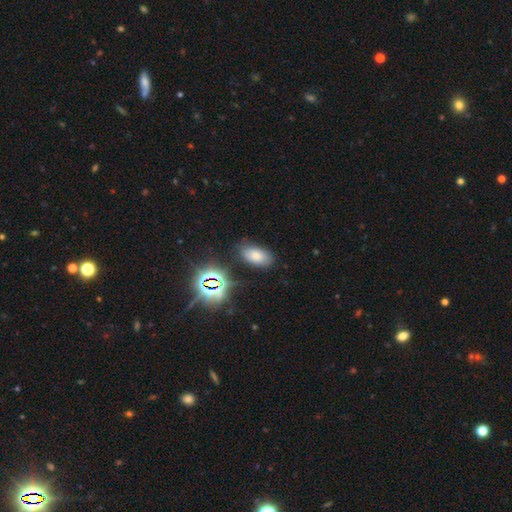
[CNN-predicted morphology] This is likely a smooth galaxy (70%). How rounded: clearly in between (93%). Merging: likely none (78%).